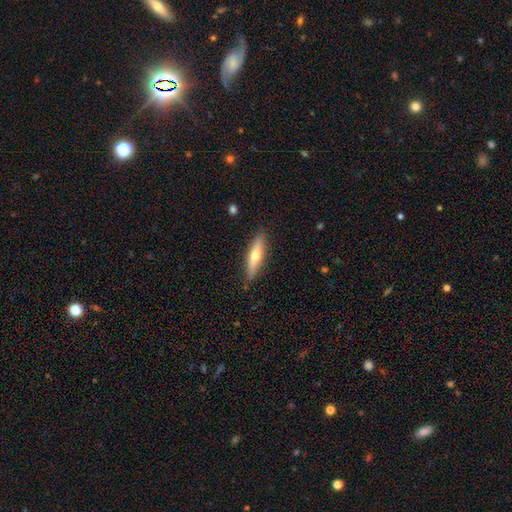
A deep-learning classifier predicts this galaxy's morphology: smooth 55%, featured or disk 40%, star or artifact 6%. Down the decision tree: how rounded — cigar-shaped (76%); merging — none (87%).